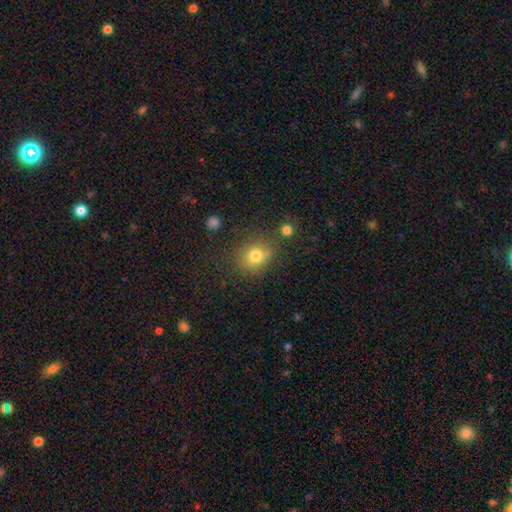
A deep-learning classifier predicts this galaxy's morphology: smooth-or-featured: smooth: 78% | star or artifact: 14% | featured or disk: 8%
  how-rounded: round: 70% | in between: 29% | cigar-shaped: 1%
  merging: none: 74% | minor disturbance: 14% | merger: 6% | major disturbance: 6%